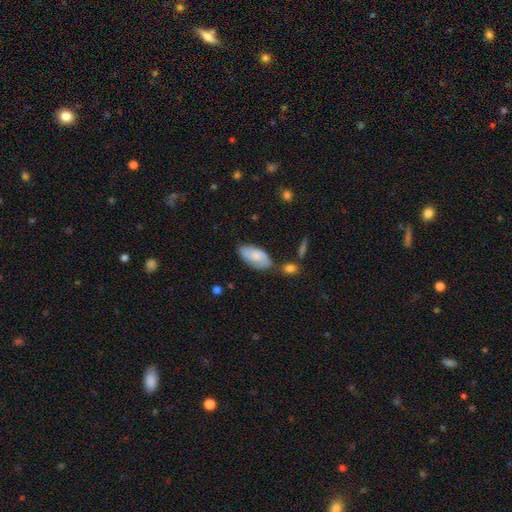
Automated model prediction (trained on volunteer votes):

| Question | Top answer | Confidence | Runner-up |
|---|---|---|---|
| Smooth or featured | smooth | 57% | featured or disk (36%) |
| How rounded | in between | 92% | cigar-shaped (5%) |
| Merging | none | 61% | minor disturbance (23%) |